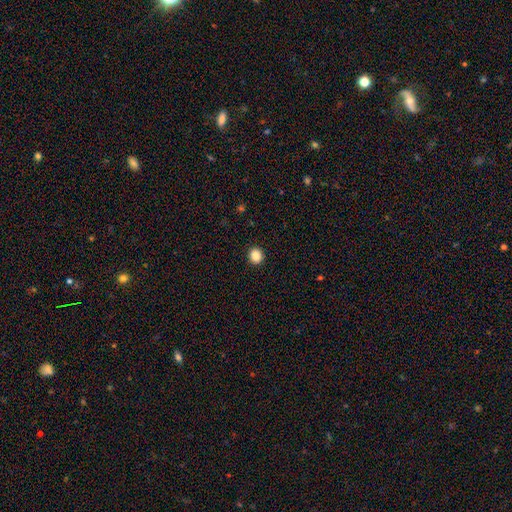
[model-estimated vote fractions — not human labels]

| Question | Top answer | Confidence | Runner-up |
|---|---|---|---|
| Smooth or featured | smooth | 87% | star or artifact (10%) |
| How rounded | round | 79% | in between (21%) |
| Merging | none | 92% | minor disturbance (5%) |